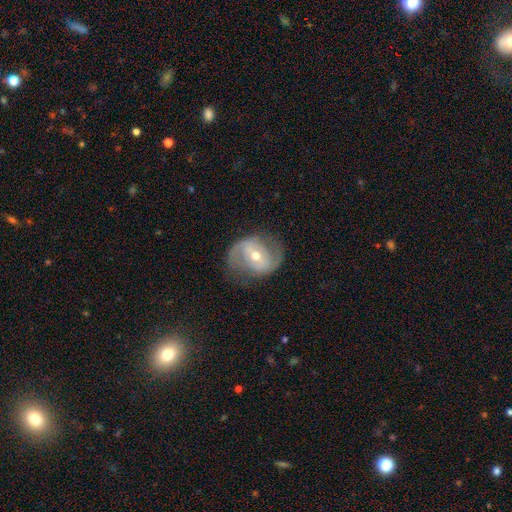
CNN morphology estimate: Smooth or featured? Predicted: featured or disk (p=0.79). Edge-on disk? Predicted: no (p=0.97). Bar? Predicted: weak (p=0.42). Spiral arms? Predicted: yes (p=0.87). Spiral winding? Predicted: medium (p=0.46). Spiral arm count? Predicted: 2 (p=0.86). Bulge size? Predicted: moderate (p=0.55). Merging? Predicted: none (p=0.69).